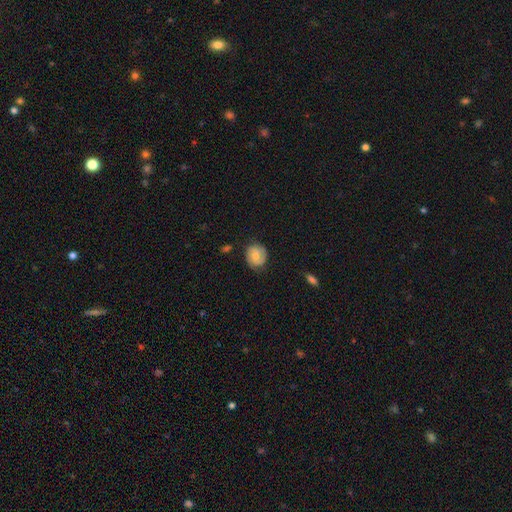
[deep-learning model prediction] Q: Smooth or featured?
A: smooth (52%); runner-up: featured or disk (41%)
Q: How rounded?
A: round (77%); runner-up: in between (22%)
Q: Merging?
A: none (75%); runner-up: minor disturbance (19%)